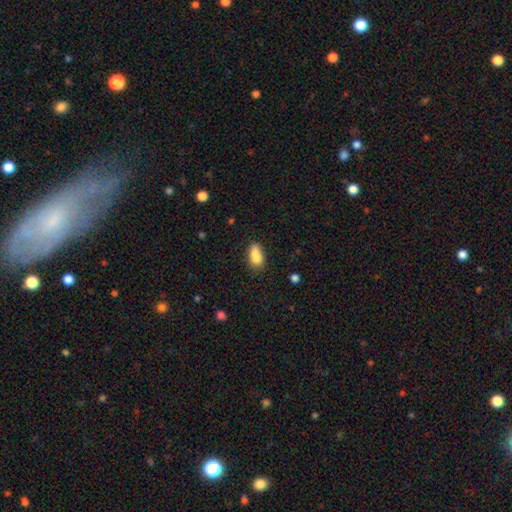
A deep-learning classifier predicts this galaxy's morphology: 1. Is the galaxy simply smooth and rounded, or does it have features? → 84% smooth, 9% star or artifact, 7% featured or disk.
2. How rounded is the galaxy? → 84% in between, 11% cigar-shaped, 5% round.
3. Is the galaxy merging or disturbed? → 62% none, 21% minor disturbance, 11% merger, 6% major disturbance.